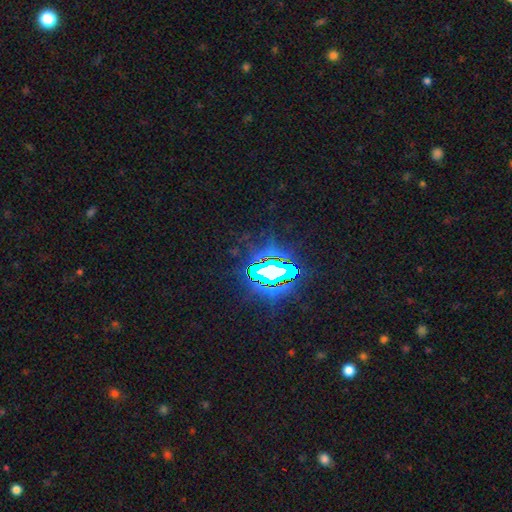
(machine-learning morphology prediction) Q: Smooth or featured?
A: star or artifact (81%); runner-up: smooth (11%)